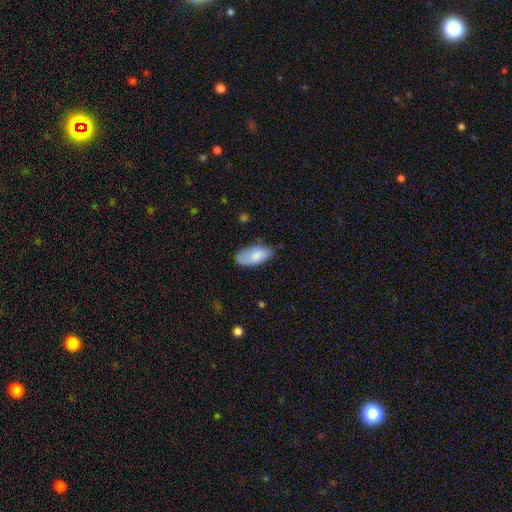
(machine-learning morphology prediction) This appears to be a smooth galaxy with no disk features (80%) that is in between round and cigar-shaped (93%). Merging: none (61%).